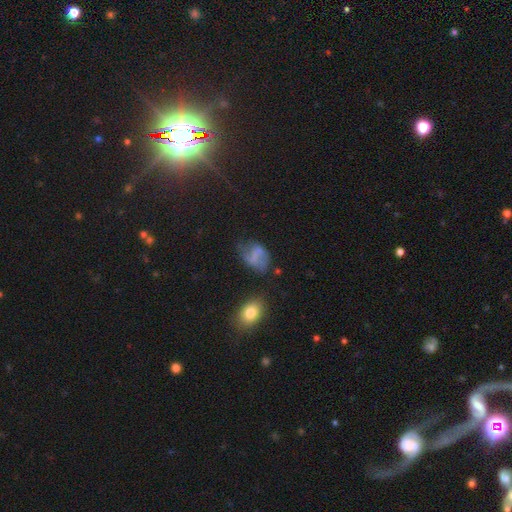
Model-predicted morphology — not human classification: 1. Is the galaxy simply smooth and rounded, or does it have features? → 52% smooth, 34% featured or disk, 14% star or artifact.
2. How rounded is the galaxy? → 81% in between, 17% round, 2% cigar-shaped.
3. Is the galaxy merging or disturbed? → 39% none, 28% minor disturbance, 26% major disturbance, 8% merger.